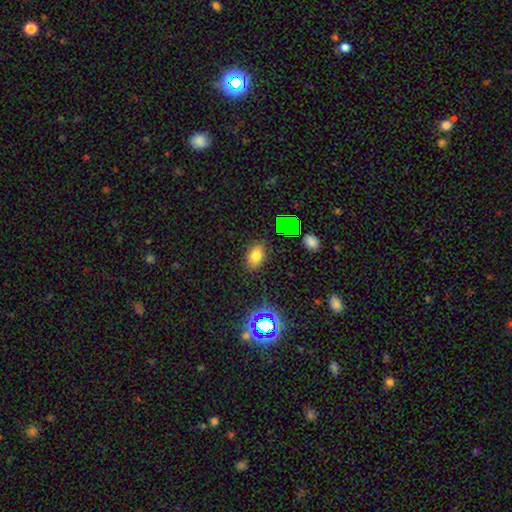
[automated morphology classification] Smooth or featured?
  - smooth: 72% *
  - star or artifact: 21%
  - featured or disk: 7%
How rounded?
  - in between: 84% *
  - round: 14%
  - cigar-shaped: 2%
Merging?
  - none: 83% *
  - minor disturbance: 11%
  - major disturbance: 4%
  - merger: 2%